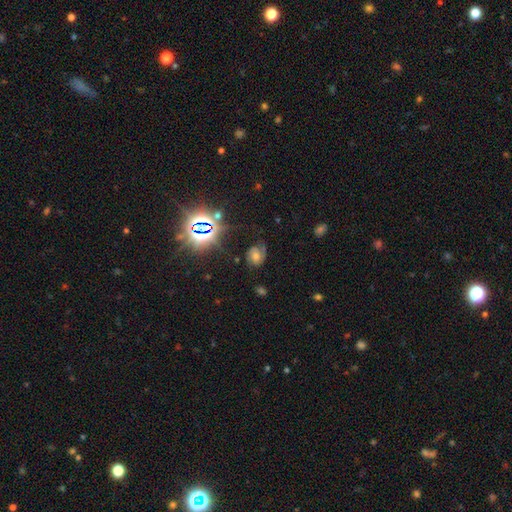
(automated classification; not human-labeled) Q: Smooth or featured?
A: featured or disk (39%); runner-up: star or artifact (37%)
Q: Merging?
A: none (61%); runner-up: minor disturbance (21%)